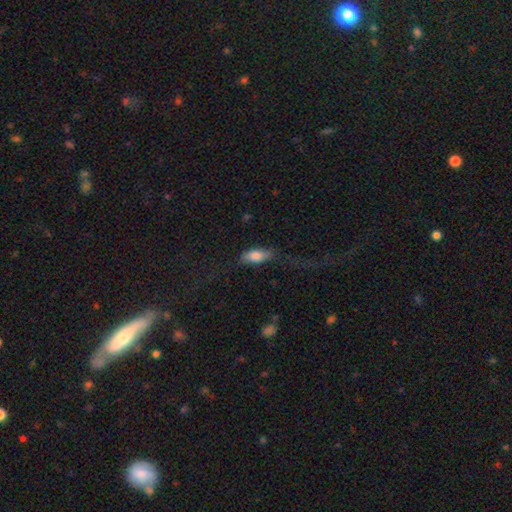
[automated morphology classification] A smooth galaxy with no disk features (75%) that is in between round and cigar-shaped (79%).

Vote fractions:
- Smooth or featured? smooth: 75% / featured or disk: 17% / star or artifact: 7%
- How rounded? in between: 79% / cigar-shaped: 17% / round: 3%
- Merging? none: 52% / minor disturbance: 24% / major disturbance: 21% / merger: 3%